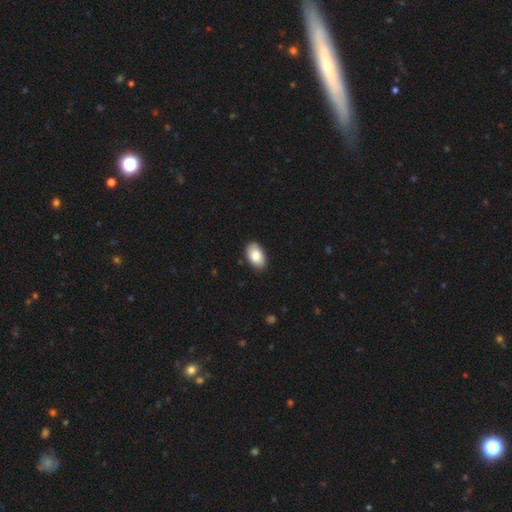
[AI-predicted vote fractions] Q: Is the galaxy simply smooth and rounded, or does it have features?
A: smooth — 84%.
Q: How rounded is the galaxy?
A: in between — 93%.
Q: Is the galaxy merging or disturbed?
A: none — 84%.